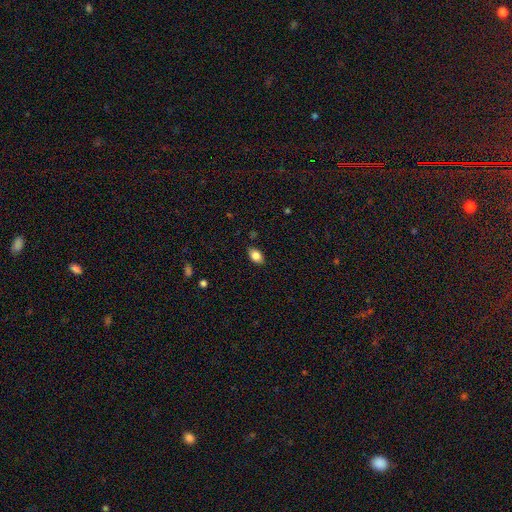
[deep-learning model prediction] Smooth or featured?
  - smooth: 84% *
  - star or artifact: 8%
  - featured or disk: 8%
How rounded?
  - in between: 88% *
  - round: 11%
  - cigar-shaped: 2%
Merging?
  - none: 85% *
  - minor disturbance: 12%
  - major disturbance: 2%
  - merger: 1%